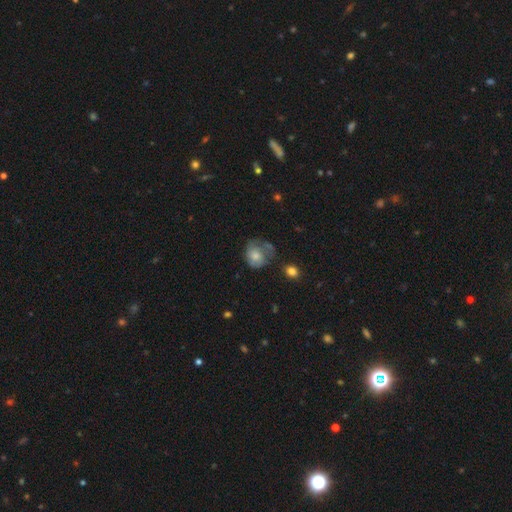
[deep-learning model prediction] smooth-or-featured: smooth: 51% | featured or disk: 40% | star or artifact: 8%
  how-rounded: round: 66% | in between: 34% | cigar-shaped: 1%
  merging: none: 42% | minor disturbance: 29% | major disturbance: 23% | merger: 6%